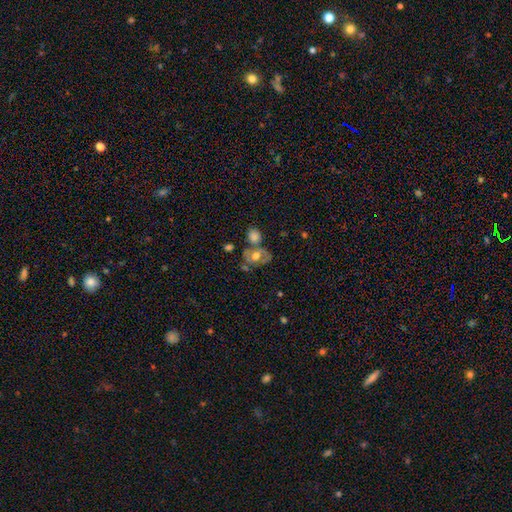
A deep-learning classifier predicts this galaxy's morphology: A featured or disk galaxy (49%). Merging: none (45%).